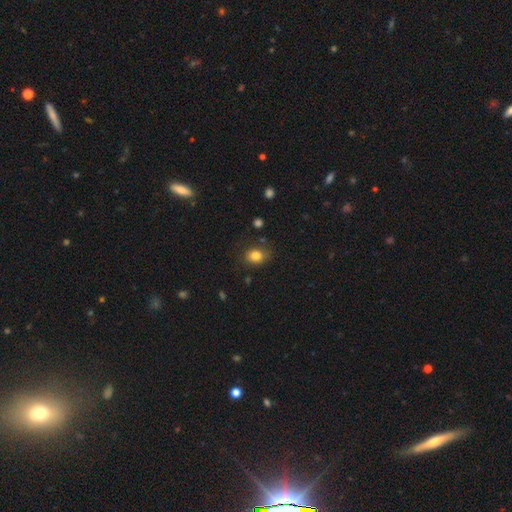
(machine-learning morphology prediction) smooth 83%, star or artifact 11%, featured or disk 7%. Down the decision tree: how rounded — round (52%); merging — none (78%).